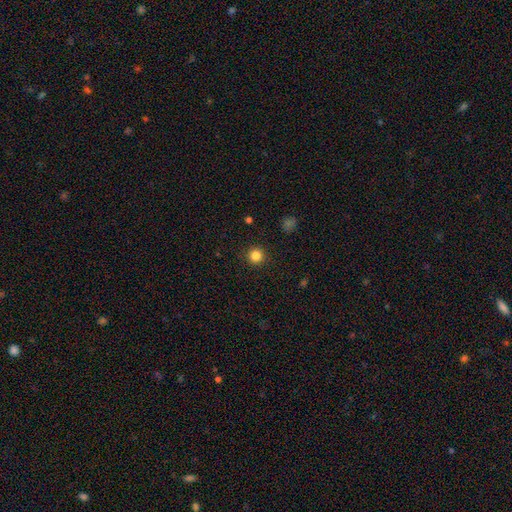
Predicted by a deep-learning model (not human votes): smooth-or-featured: smooth: 84% | star or artifact: 12% | featured or disk: 4%
  how-rounded: round: 95% | in between: 4% | cigar-shaped: 1%
  merging: none: 92% | minor disturbance: 5% | major disturbance: 2% | merger: 1%